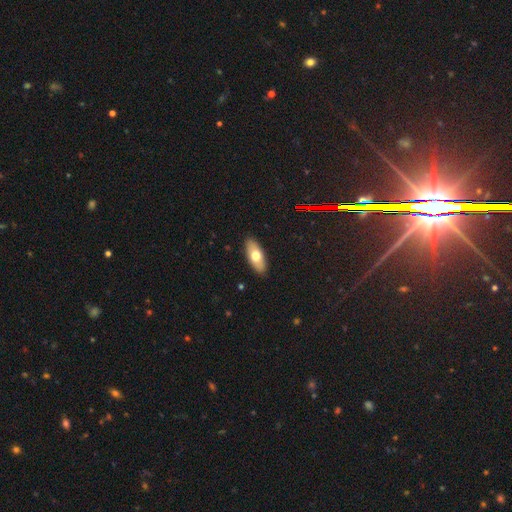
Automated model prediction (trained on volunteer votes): Q: Smooth or featured?
A: smooth (67%); runner-up: featured or disk (27%)
Q: How rounded?
A: in between (83%); runner-up: cigar-shaped (15%)
Q: Merging?
A: none (89%); runner-up: minor disturbance (8%)